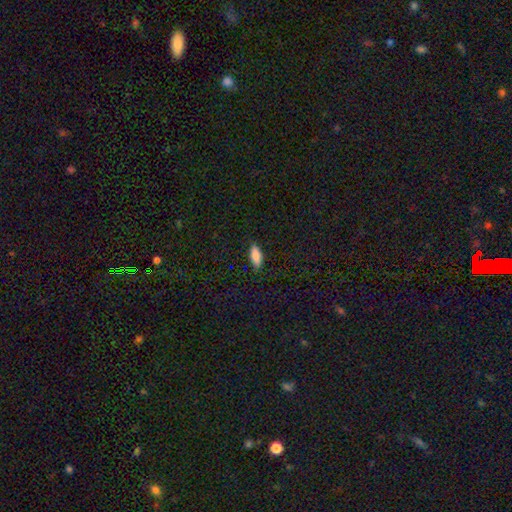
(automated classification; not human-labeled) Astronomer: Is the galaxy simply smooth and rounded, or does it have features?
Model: smooth — 84%.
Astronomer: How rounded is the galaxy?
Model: in between — 82%.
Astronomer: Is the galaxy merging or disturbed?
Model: none — 86%.